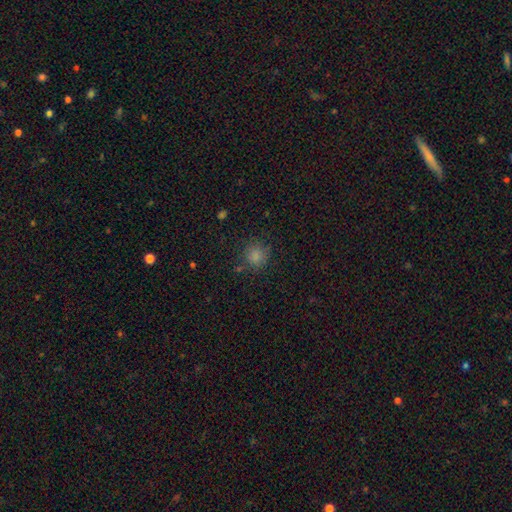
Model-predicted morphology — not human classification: Q: Smooth or featured?
A: smooth (82%); runner-up: star or artifact (13%)
Q: How rounded?
A: round (87%); runner-up: in between (12%)
Q: Merging?
A: none (78%); runner-up: minor disturbance (14%)